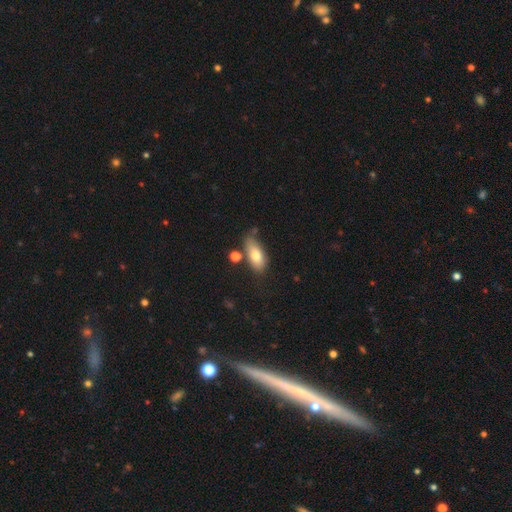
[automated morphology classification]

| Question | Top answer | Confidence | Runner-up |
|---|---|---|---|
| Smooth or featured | smooth | 75% | featured or disk (18%) |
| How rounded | in between | 84% | cigar-shaped (12%) |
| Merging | none | 60% | minor disturbance (22%) |